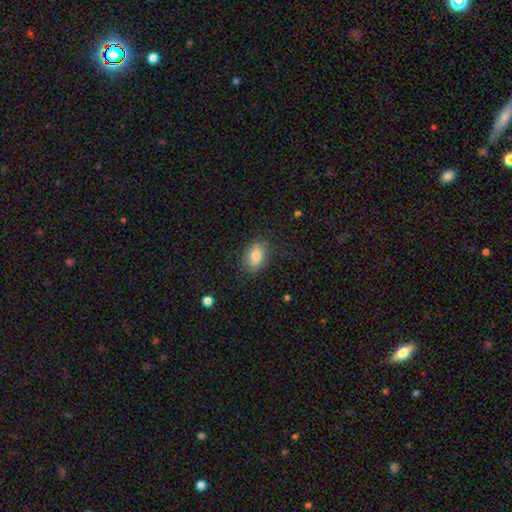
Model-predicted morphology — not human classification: This appears to be a smooth galaxy with no disk features (83%) that is in between round and cigar-shaped (83%). Merging: none (81%).